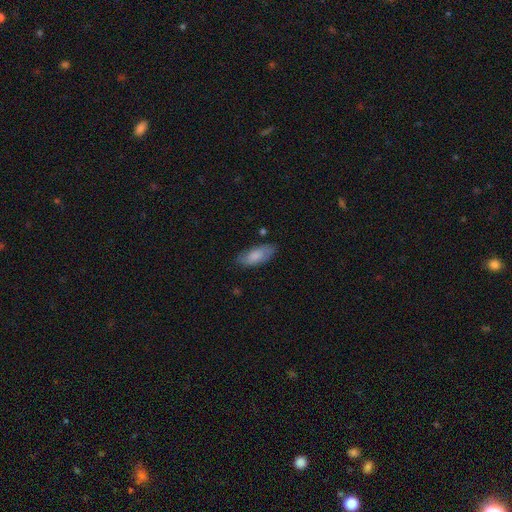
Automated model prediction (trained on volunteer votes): A smooth galaxy with no disk features (79%) that is in between round and cigar-shaped (84%).

Vote fractions:
- Smooth or featured? smooth: 79% / featured or disk: 15% / star or artifact: 6%
- How rounded? in between: 84% / cigar-shaped: 14% / round: 2%
- Merging? none: 75% / minor disturbance: 19% / major disturbance: 4% / merger: 2%